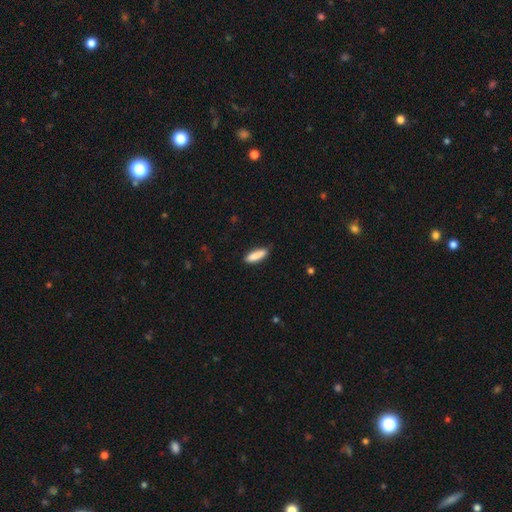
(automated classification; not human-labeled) Q: Smooth or featured?
A: smooth (87%); runner-up: featured or disk (7%)
Q: How rounded?
A: cigar-shaped (60%); runner-up: in between (39%)
Q: Merging?
A: none (84%); runner-up: minor disturbance (13%)